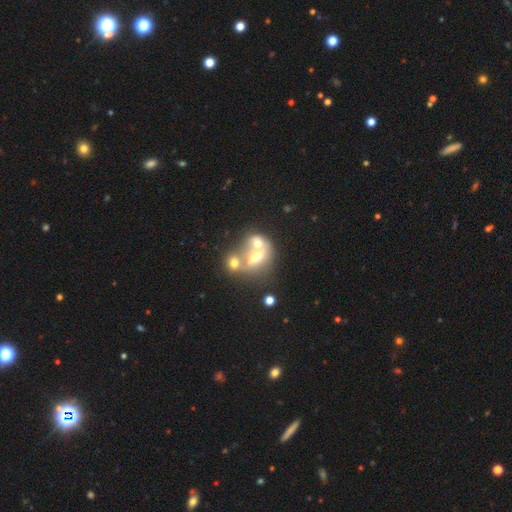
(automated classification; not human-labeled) A smooth galaxy with no disk features (48%). Merging: merger (65%).